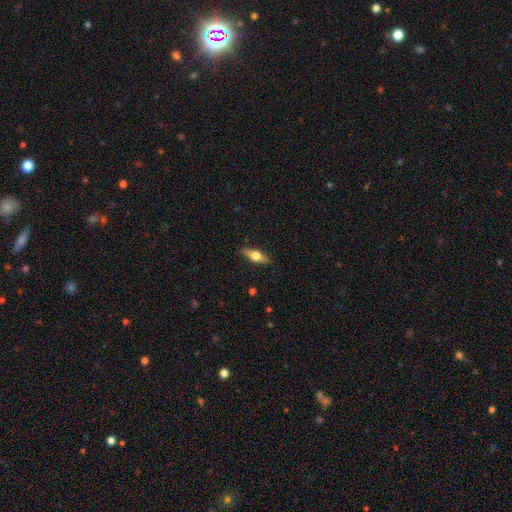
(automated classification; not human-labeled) Smooth or featured? Predicted: featured or disk (p=0.50). Edge-on disk? Predicted: yes (p=0.92). Merging? Predicted: none (p=0.86).